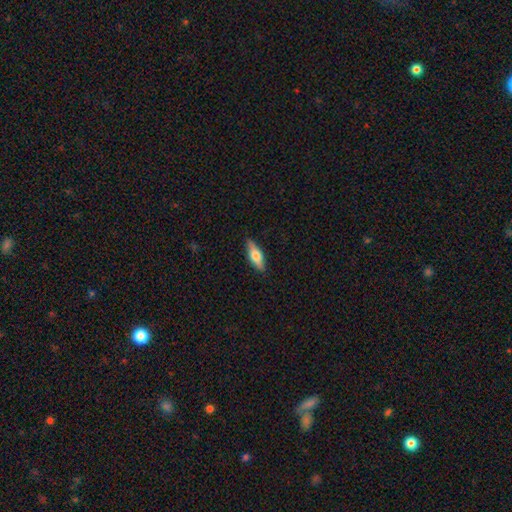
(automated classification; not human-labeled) The model was most divided on "how rounded": in between: 58%, cigar-shaped: 39%, round: 3%. More confident: merging — none (87%); smooth or featured — smooth (58%).